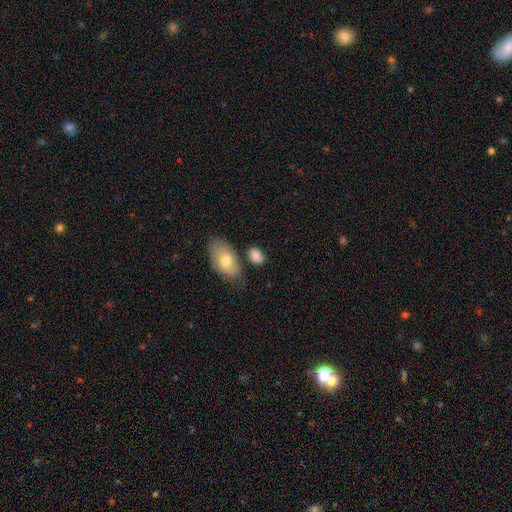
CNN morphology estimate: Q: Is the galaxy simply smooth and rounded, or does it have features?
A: smooth — 81%.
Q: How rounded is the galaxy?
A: in between — 86%.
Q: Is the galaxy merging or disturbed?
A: none — 65%.